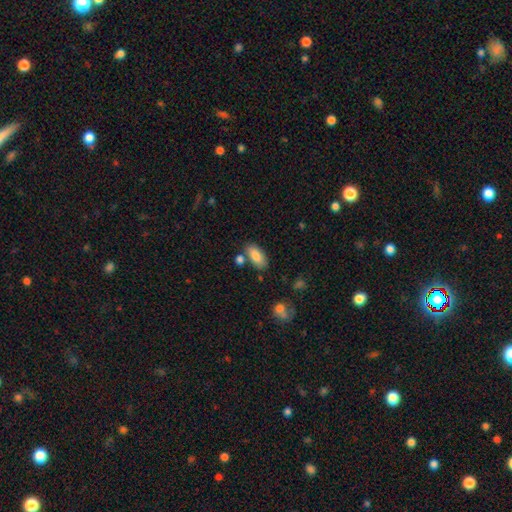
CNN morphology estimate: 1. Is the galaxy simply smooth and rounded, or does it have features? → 85% smooth, 8% featured or disk, 7% star or artifact.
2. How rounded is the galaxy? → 91% in between, 6% cigar-shaped, 3% round.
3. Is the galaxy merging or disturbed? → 73% none, 13% minor disturbance, 11% merger, 3% major disturbance.